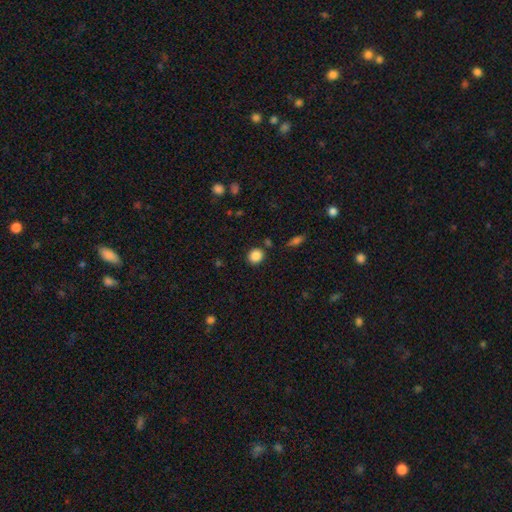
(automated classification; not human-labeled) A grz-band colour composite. It shows a smooth galaxy with no disk features (87%) that is round (85%). Merging: none (85%).